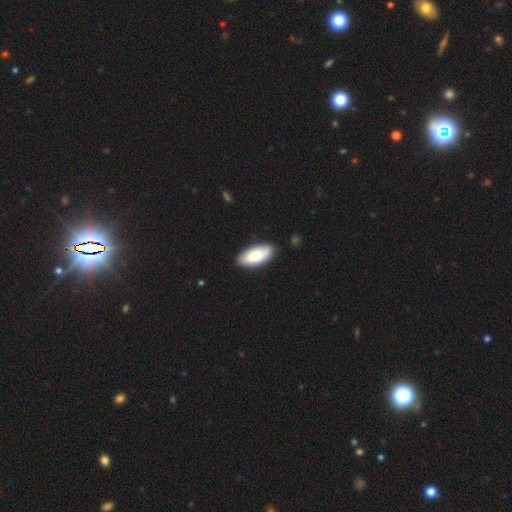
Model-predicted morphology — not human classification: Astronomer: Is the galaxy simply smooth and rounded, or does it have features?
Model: smooth — 80%.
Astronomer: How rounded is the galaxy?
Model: in between — 89%.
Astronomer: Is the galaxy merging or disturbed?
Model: none — 84%.